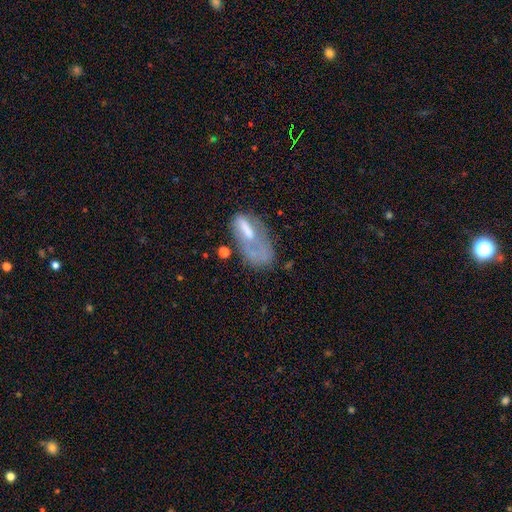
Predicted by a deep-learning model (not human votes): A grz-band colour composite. It shows a smooth galaxy with no disk features (47%). Merging: major disturbance (41%).